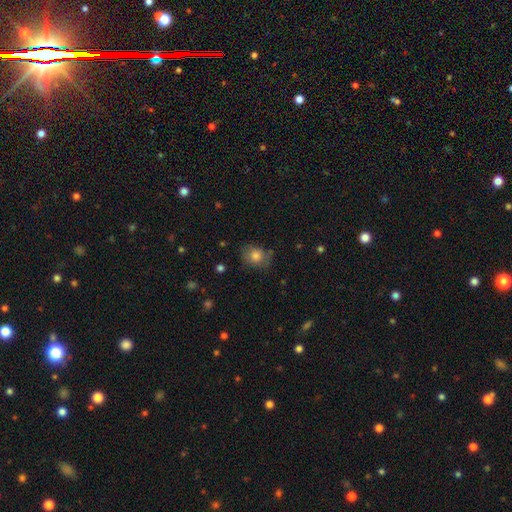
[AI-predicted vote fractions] This is clearly a smooth galaxy (81%). How rounded: likely round (64%). Merging: likely none (74%).